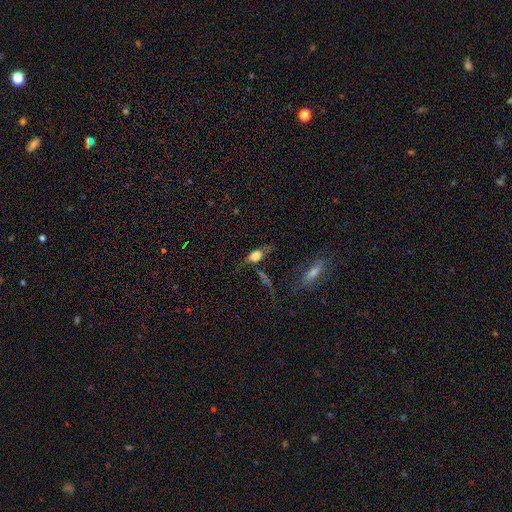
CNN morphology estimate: Smooth or featured?
  - smooth: 71% *
  - featured or disk: 16%
  - star or artifact: 13%
How rounded?
  - in between: 77% *
  - round: 15%
  - cigar-shaped: 9%
Merging?
  - none: 45% *
  - minor disturbance: 23%
  - major disturbance: 19%
  - merger: 13%